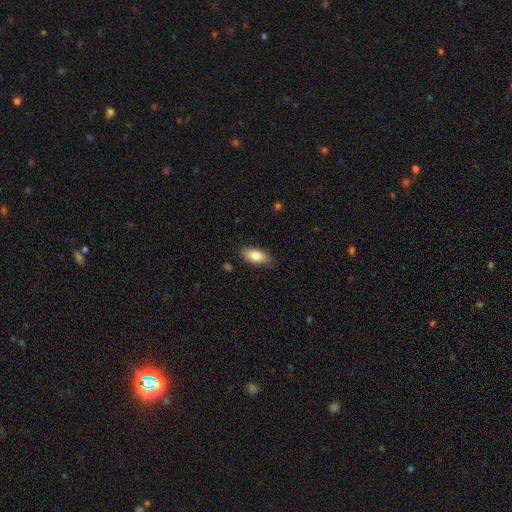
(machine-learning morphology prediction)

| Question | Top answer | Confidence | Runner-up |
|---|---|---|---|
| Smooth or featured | smooth | 81% | featured or disk (12%) |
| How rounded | in between | 88% | cigar-shaped (8%) |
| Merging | none | 82% | minor disturbance (14%) |